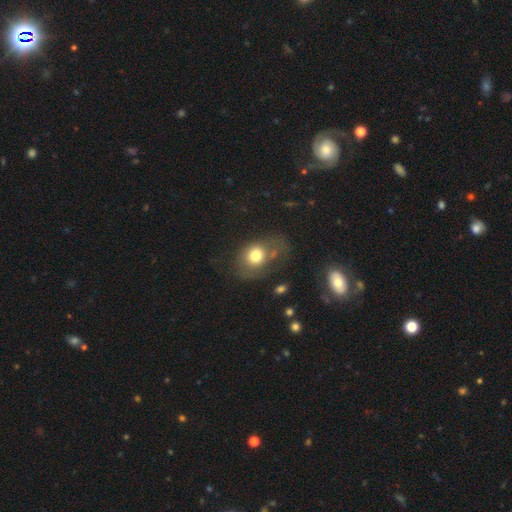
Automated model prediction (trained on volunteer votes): The model was most divided on "how rounded": round: 51%, in between: 48%, cigar-shaped: 1%. Remaining: smooth or featured — smooth (71%); merging — none (42%).